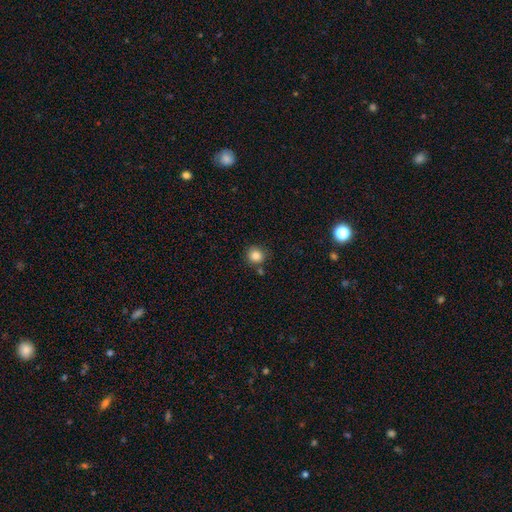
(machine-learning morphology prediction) Q: Smooth or featured?
A: smooth (85%); runner-up: star or artifact (11%)
Q: How rounded?
A: round (90%); runner-up: in between (9%)
Q: Merging?
A: none (79%); runner-up: minor disturbance (10%)